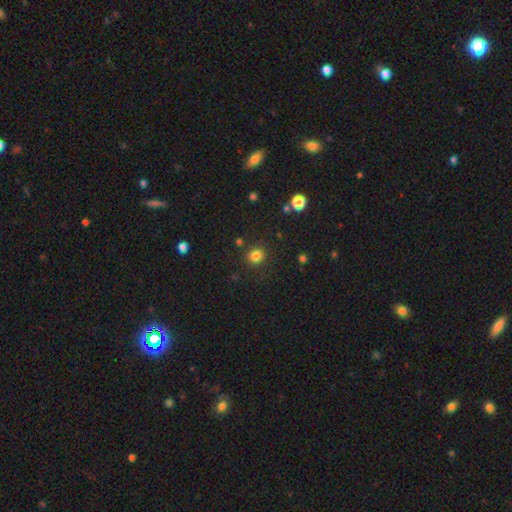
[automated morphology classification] Smooth or featured?
  - smooth: 82% *
  - star or artifact: 13%
  - featured or disk: 5%
How rounded?
  - round: 85% *
  - in between: 15%
  - cigar-shaped: 1%
Merging?
  - none: 87% *
  - minor disturbance: 8%
  - major disturbance: 3%
  - merger: 2%